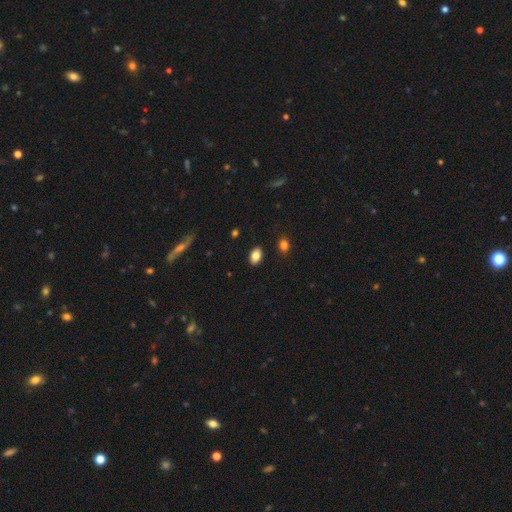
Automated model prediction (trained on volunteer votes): Smooth or featured: smooth — 84% (star or artifact — 9%)
How rounded: in between — 87% (round — 12%)
Merging: none — 88% (minor disturbance — 8%)